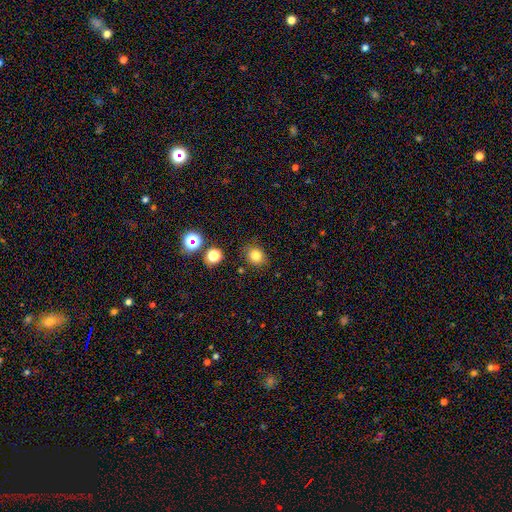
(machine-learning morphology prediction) A smooth galaxy with no disk features (80%) that is round (61%). Merging: none (83%).